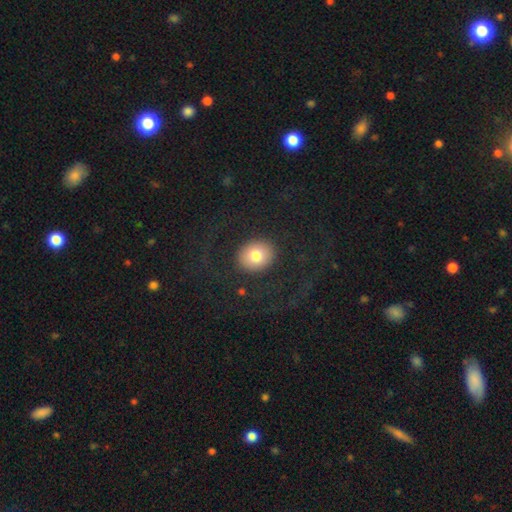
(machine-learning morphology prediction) A smooth galaxy with no disk features (79%) that is round (69%).

Vote fractions:
- Smooth or featured? smooth: 79% / featured or disk: 11% / star or artifact: 9%
- How rounded? round: 69% / in between: 30% / cigar-shaped: 1%
- Merging? none: 85% / minor disturbance: 7% / major disturbance: 6% / merger: 1%